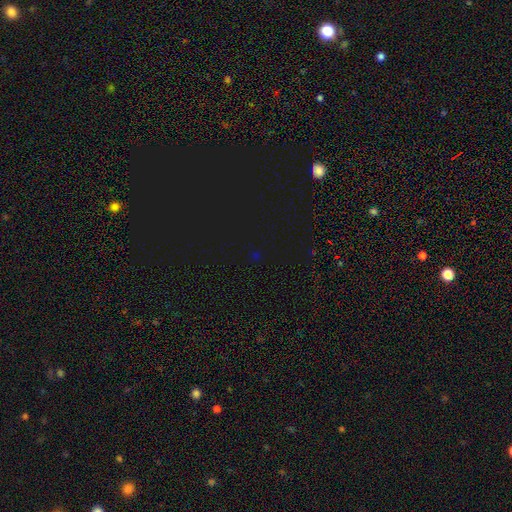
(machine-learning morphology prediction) star or artifact 75%, smooth 19%, featured or disk 6%.